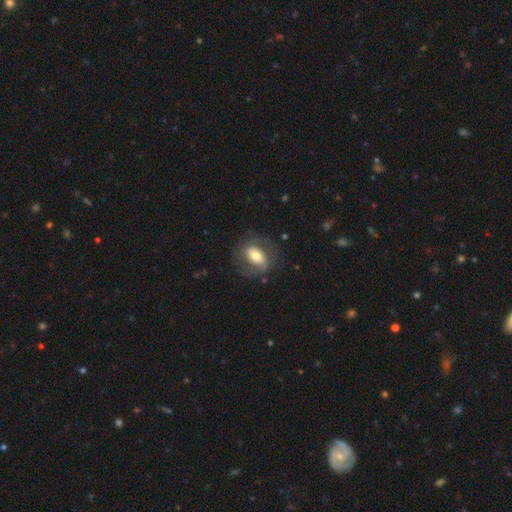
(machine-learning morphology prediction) Smooth or featured: featured or disk — 50% (smooth — 43%)
Edge-on disk: no — 94% (yes — 6%)
Merging: none — 70% (minor disturbance — 16%)